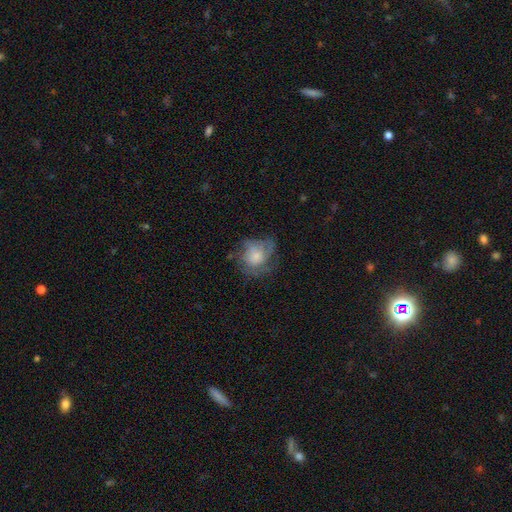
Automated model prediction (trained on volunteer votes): Smooth or featured: smooth — 46% (featured or disk — 45%)
Merging: none — 49% (minor disturbance — 26%)